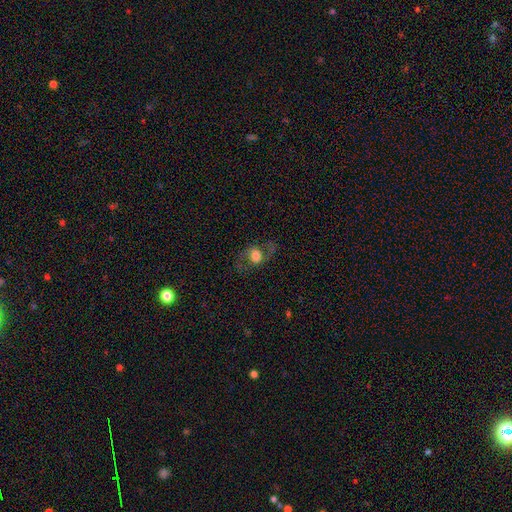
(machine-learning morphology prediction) Q: Smooth or featured?
A: featured or disk (50%); runner-up: smooth (39%)
Q: Edge-on disk?
A: no (92%); runner-up: yes (8%)
Q: Merging?
A: none (67%); runner-up: major disturbance (16%)